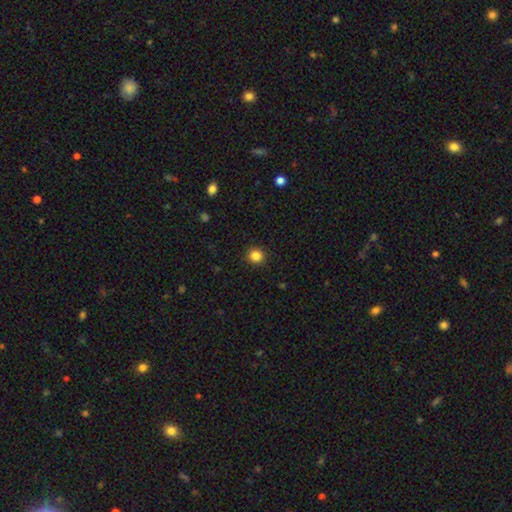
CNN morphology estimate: smooth-or-featured: smooth: 85% | star or artifact: 11% | featured or disk: 4%
  how-rounded: round: 91% | in between: 8% | cigar-shaped: 1%
  merging: none: 92% | minor disturbance: 5% | major disturbance: 2% | merger: 1%